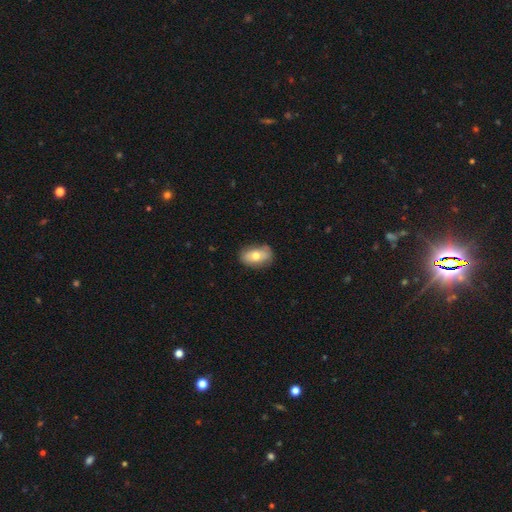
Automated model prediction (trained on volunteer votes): The model was most divided on "smooth or featured": smooth: 69%, featured or disk: 24%, star or artifact: 7%. More confident: how rounded — in between (88%); merging — none (77%).